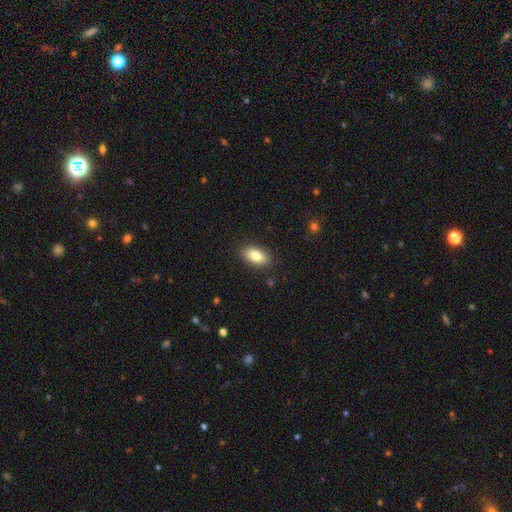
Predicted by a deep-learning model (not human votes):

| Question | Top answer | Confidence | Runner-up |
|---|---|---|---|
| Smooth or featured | smooth | 82% | featured or disk (10%) |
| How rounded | in between | 91% | round (6%) |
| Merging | none | 88% | minor disturbance (9%) |